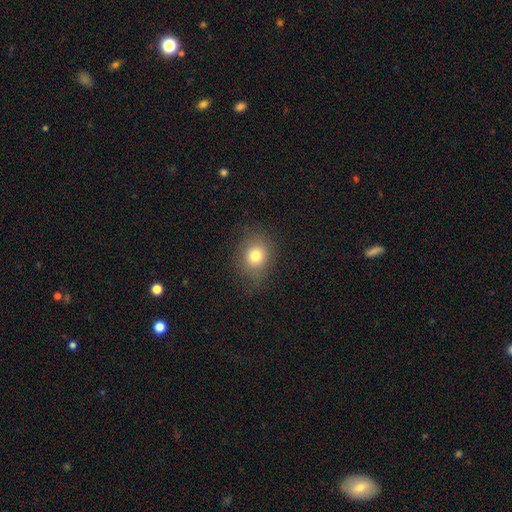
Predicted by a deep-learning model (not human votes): Smooth or featured? Predicted: smooth (p=0.77). How rounded? Predicted: round (p=0.66). Merging? Predicted: none (p=0.78).